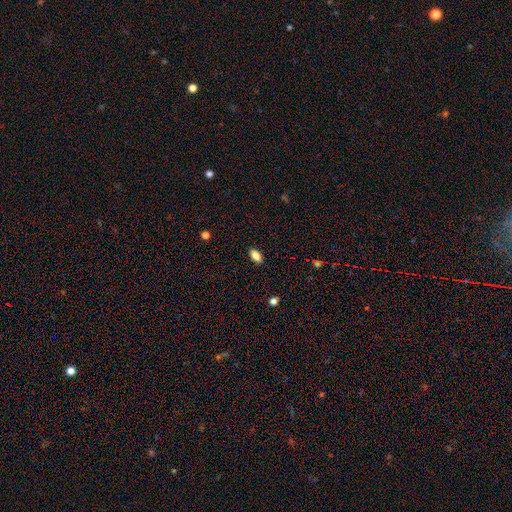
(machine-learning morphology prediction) smooth_or_featured: smooth (p=0.83) [alt: star or artifact p=0.09]
how_rounded: in between (p=0.89) [alt: round p=0.06]
merging: none (p=0.89) [alt: minor disturbance p=0.09]